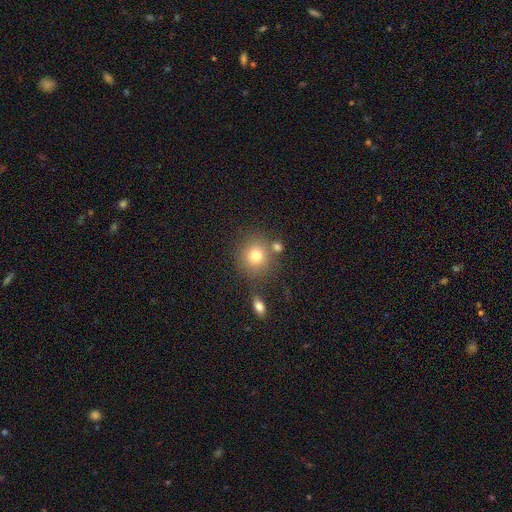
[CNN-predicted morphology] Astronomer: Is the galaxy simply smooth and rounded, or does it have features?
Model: smooth — 77%.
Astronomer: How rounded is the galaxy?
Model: round — 87%.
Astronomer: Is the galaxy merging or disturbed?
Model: none — 74%.